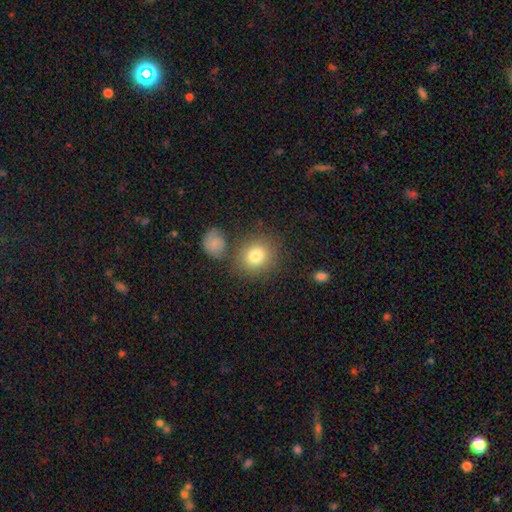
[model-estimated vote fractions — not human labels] Smooth or featured: smooth — 81% (star or artifact — 10%)
How rounded: round — 77% (in between — 22%)
Merging: none — 76% (minor disturbance — 11%)